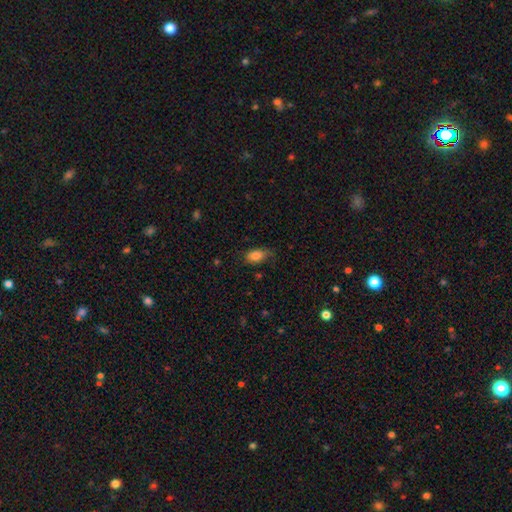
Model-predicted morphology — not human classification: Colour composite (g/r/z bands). It shows a smooth galaxy with no disk features (85%) that is in between round and cigar-shaped (90%). Merging: none (65%).